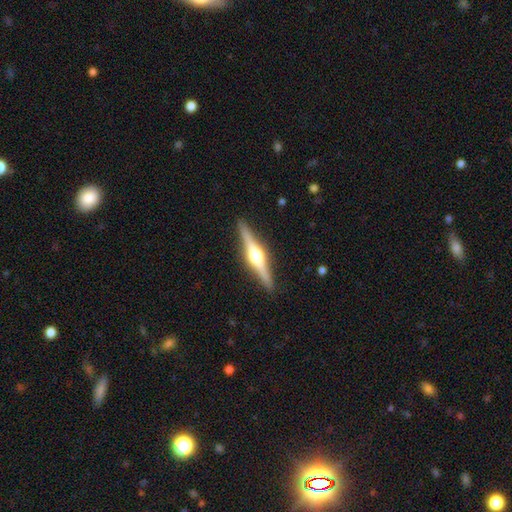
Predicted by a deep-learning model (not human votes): Smooth or featured? Predicted: featured or disk (p=0.80). Edge-on disk? Predicted: yes (p=0.98). Edge-on bulge? Predicted: rounded (p=0.93). Merging? Predicted: none (p=0.91).